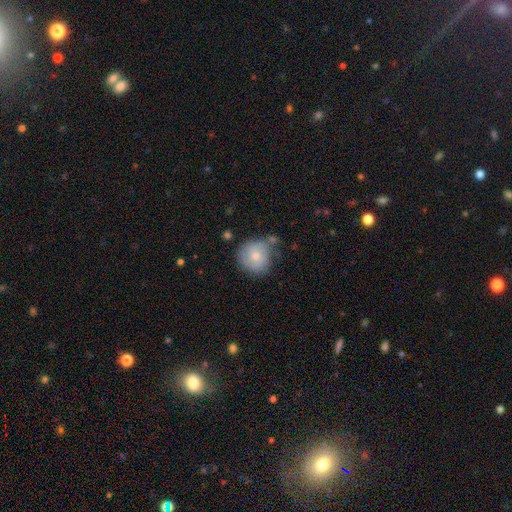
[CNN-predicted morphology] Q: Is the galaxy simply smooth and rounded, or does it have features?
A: smooth — 68%.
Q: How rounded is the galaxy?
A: round — 87%.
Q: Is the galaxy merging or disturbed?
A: none — 54%.